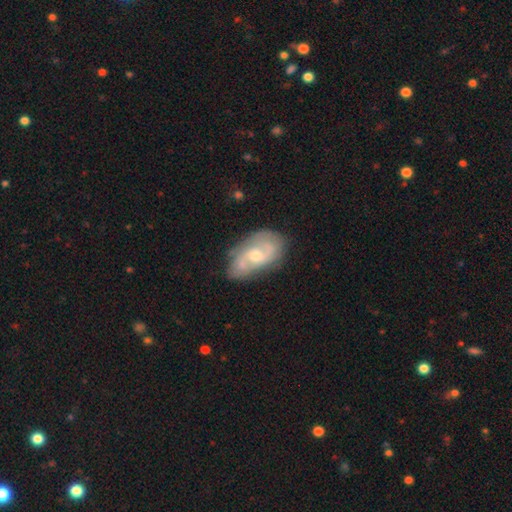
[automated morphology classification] type=featured or disk (72%); edge-on=no (95%); bar=no (60%); spiral arms=yes (85%); winding=medium (44%); arm count=2 (69%); bulge=moderate (56%); merging=none (63%).